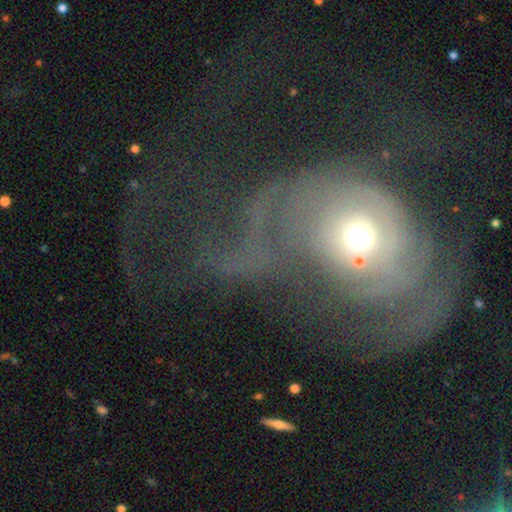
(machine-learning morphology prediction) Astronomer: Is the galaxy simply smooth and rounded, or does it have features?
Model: featured or disk — 63%.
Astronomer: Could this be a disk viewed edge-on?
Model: no — 96%.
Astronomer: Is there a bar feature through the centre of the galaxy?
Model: no — 83%.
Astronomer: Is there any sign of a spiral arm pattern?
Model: yes — 50%, tied with no at 50%.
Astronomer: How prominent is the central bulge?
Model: moderate — 63%.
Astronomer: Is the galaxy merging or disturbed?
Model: major disturbance — 59%.